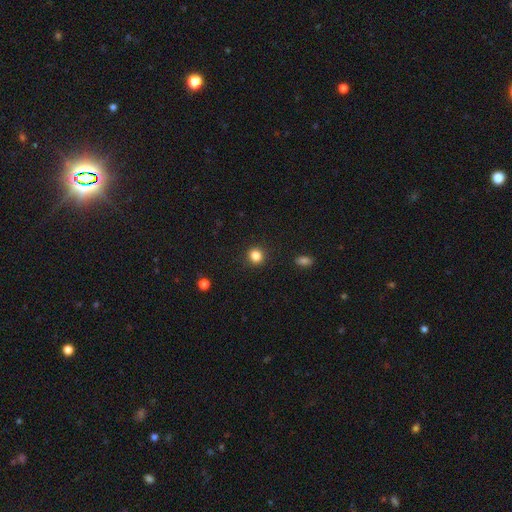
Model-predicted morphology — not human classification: Overall: smooth (84%). How rounded: round (89%). Merging: none (91%).